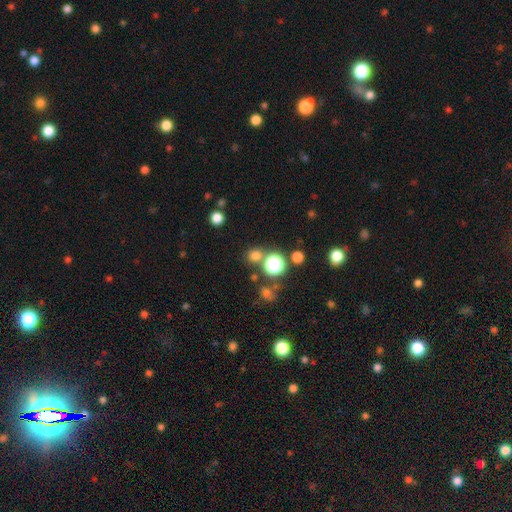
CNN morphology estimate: This is likely a smooth galaxy (68%). How rounded: clearly round (87%). Merging: likely none (75%).